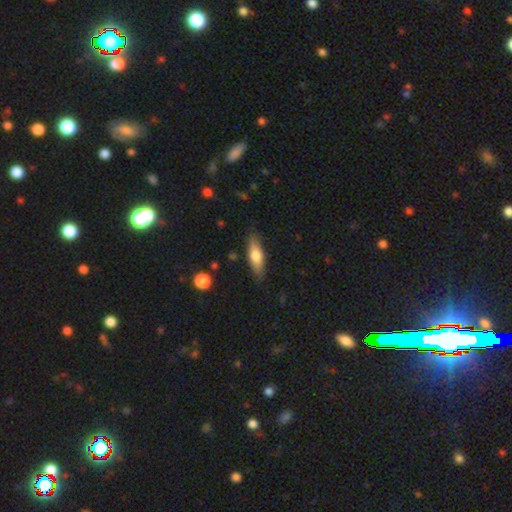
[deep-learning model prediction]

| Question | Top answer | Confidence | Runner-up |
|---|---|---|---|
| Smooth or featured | smooth | 59% | featured or disk (35%) |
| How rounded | cigar-shaped | 49% | in between (48%) |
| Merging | none | 84% | minor disturbance (12%) |